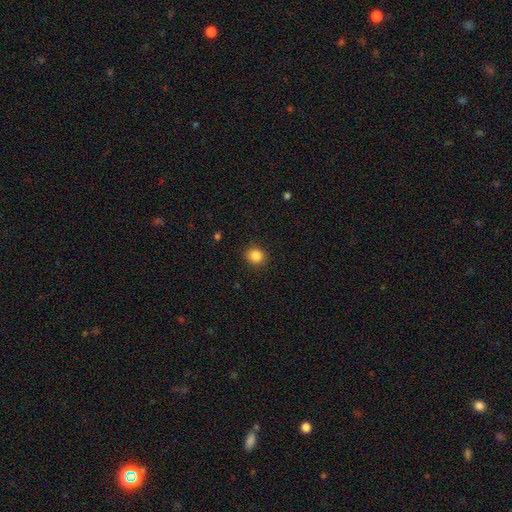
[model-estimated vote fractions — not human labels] This appears to be a smooth galaxy with no disk features (86%) that is round (82%). Merging: none (89%).